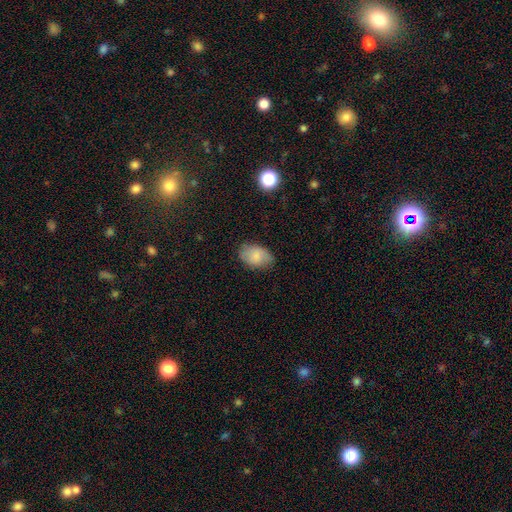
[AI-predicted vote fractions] smooth_or_featured: smooth (p=0.81) [alt: featured or disk p=0.11]
how_rounded: in between (p=0.88) [alt: round p=0.11]
merging: none (p=0.77) [alt: minor disturbance p=0.18]